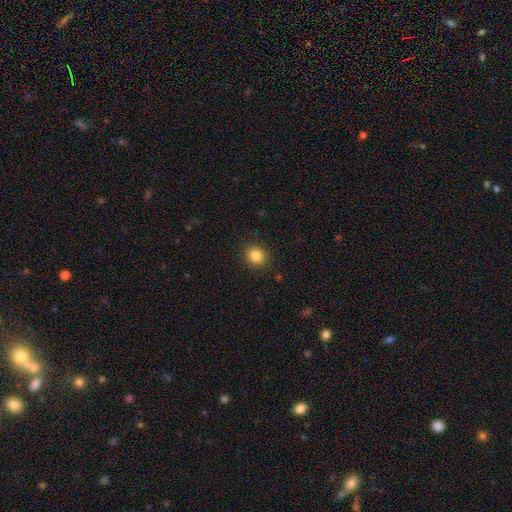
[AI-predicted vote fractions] Overall: smooth (84%). How rounded: round (73%). Merging: none (90%).